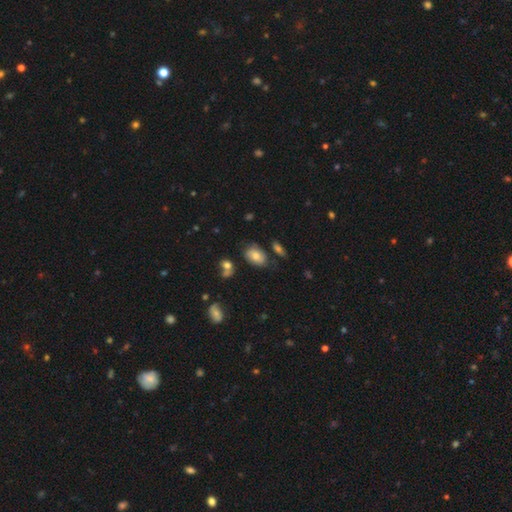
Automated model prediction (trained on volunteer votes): Smooth or featured: smooth — 70% (featured or disk — 20%)
How rounded: in between — 85% (round — 13%)
Merging: none — 63% (minor disturbance — 23%)